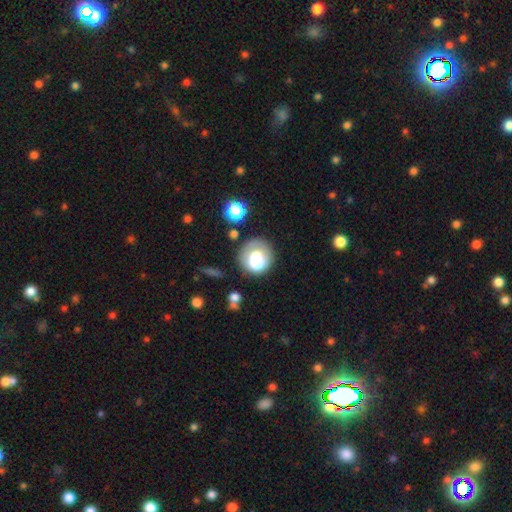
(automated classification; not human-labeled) smooth-or-featured: smooth: 62% | featured or disk: 25% | star or artifact: 13%
  how-rounded: round: 83% | in between: 16% | cigar-shaped: 1%
  merging: none: 56% | minor disturbance: 19% | major disturbance: 14% | merger: 11%